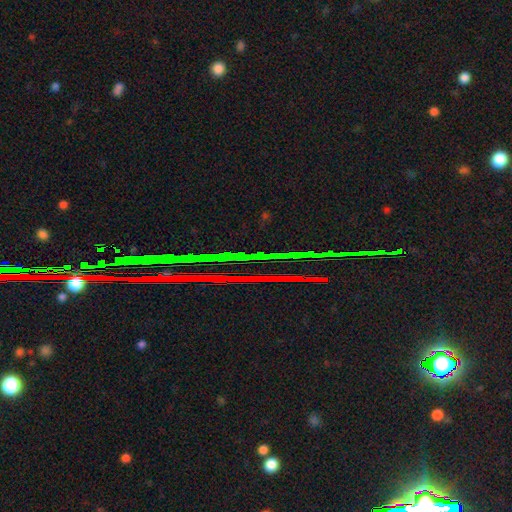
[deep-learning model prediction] Overall: star or artifact (84%).